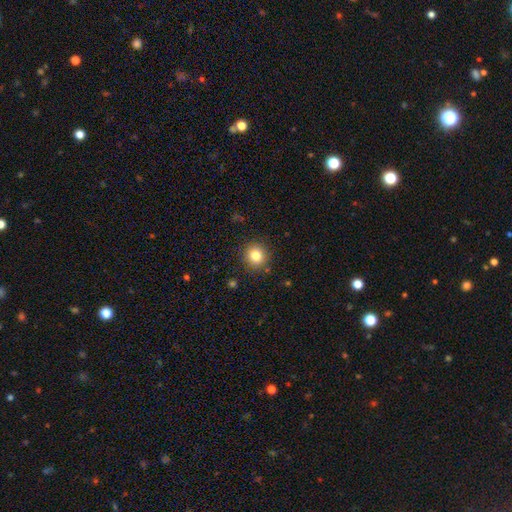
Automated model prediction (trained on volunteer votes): A smooth galaxy with no disk features (82%) that is round (92%).

Vote fractions:
- Smooth or featured? smooth: 82% / star or artifact: 11% / featured or disk: 7%
- How rounded? round: 92% / in between: 7% / cigar-shaped: 1%
- Merging? none: 89% / minor disturbance: 7% / major disturbance: 2% / merger: 1%